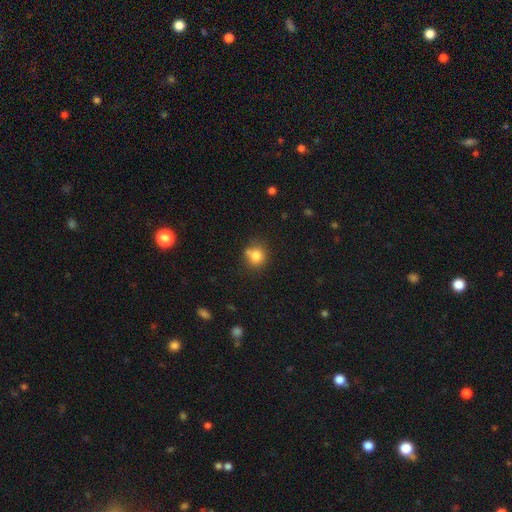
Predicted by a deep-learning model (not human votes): A smooth galaxy with no disk features (80%) that is round (83%).

Vote fractions:
- Smooth or featured? smooth: 80% / star or artifact: 11% / featured or disk: 9%
- How rounded? round: 83% / in between: 16% / cigar-shaped: 1%
- Merging? none: 64% / minor disturbance: 16% / merger: 16% / major disturbance: 5%